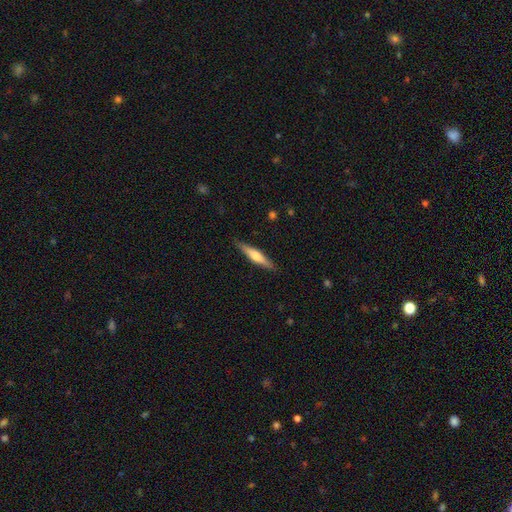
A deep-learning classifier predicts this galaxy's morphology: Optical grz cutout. It shows a featured or disk galaxy (48%). Merging: none (89%).